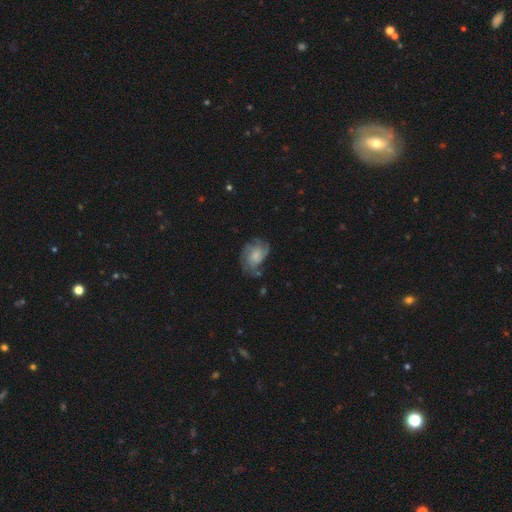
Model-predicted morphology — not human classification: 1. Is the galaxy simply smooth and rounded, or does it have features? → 62% featured or disk, 29% smooth, 8% star or artifact.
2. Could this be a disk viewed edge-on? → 97% no, 3% yes.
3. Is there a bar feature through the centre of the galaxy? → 71% no, 25% weak, 3% strong.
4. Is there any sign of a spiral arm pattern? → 87% yes, 13% no.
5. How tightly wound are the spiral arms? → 42% medium, 38% tight, 20% loose.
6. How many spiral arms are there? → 34% can't tell, 26% 3, 15% 2, 15% 4, 6% 1, 5% more than 4.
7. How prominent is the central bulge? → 44% small, 33% moderate, 14% none, 7% large, 2% dominant.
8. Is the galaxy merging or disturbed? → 54% none, 25% minor disturbance, 17% major disturbance, 3% merger.